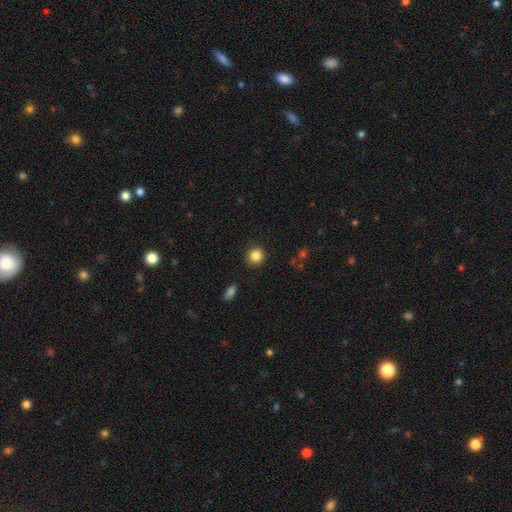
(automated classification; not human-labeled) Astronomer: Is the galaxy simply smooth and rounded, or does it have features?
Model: smooth — 85%.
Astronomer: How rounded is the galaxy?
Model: round — 91%.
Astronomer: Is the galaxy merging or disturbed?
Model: none — 91%.